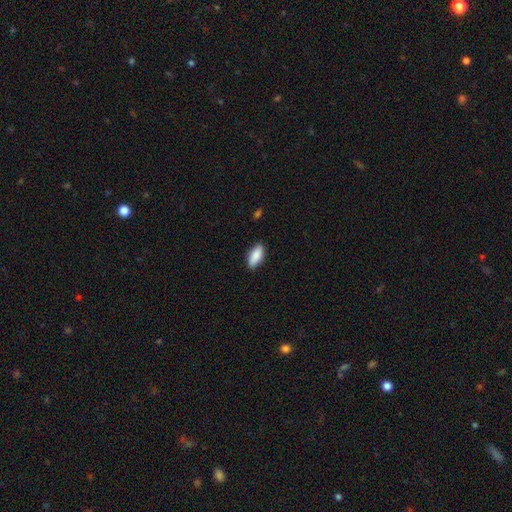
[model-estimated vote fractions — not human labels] This appears to be a smooth galaxy with no disk features (86%) that is in between round and cigar-shaped (81%). Merging: none (86%).